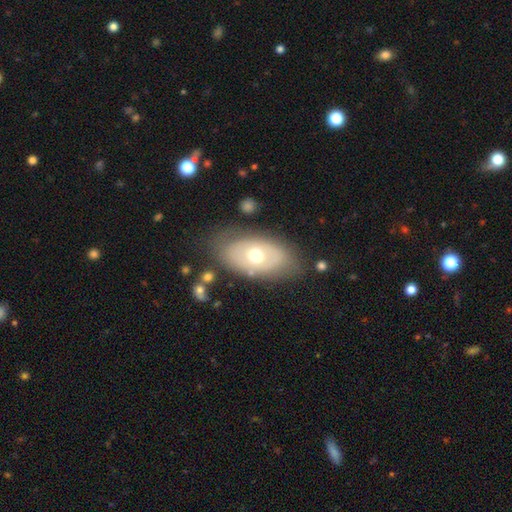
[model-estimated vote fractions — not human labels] smooth-or-featured: smooth: 51% | featured or disk: 43% | star or artifact: 7%
  how-rounded: in between: 88% | round: 10% | cigar-shaped: 2%
  merging: none: 75% | minor disturbance: 16% | major disturbance: 7% | merger: 3%